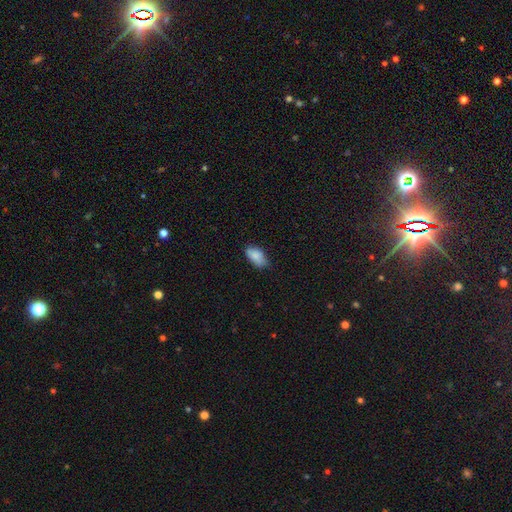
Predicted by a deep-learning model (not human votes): smooth-or-featured: smooth: 87% | star or artifact: 7% | featured or disk: 6%
  how-rounded: in between: 93% | round: 4% | cigar-shaped: 4%
  merging: none: 72% | minor disturbance: 23% | major disturbance: 4% | merger: 1%